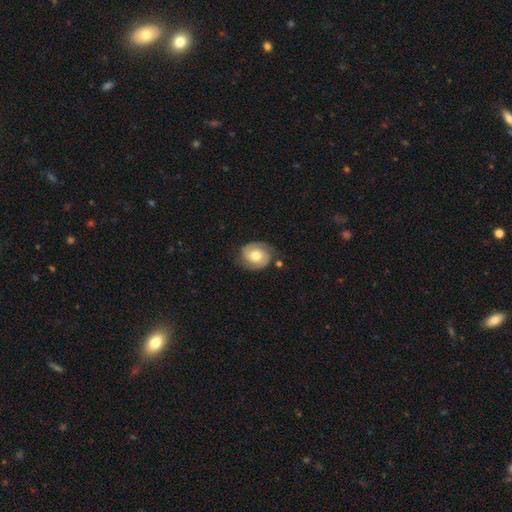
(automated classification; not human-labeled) featured or disk 55%, smooth 38%, star or artifact 7%. Down the decision tree: edge-on disk — no (97%); bar — no (74%); spiral arms — yes (83%); bulge size — moderate (76%); merging — none (73%).